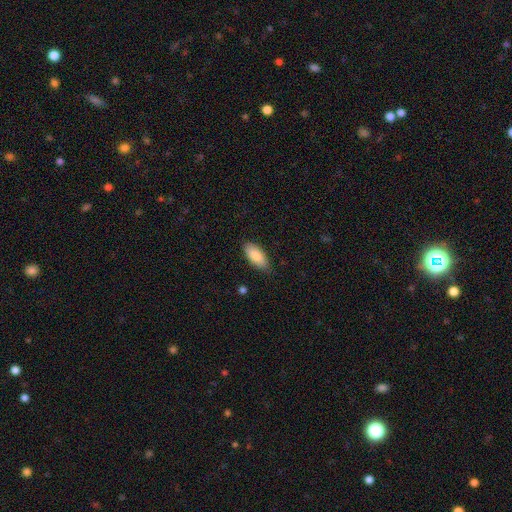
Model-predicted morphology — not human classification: This is clearly a smooth galaxy (87%). How rounded: clearly in between (87%). Merging: clearly none (83%).